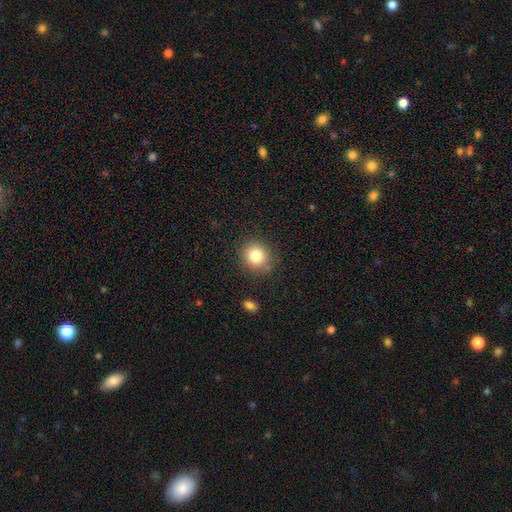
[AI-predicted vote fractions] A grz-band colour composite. It shows a smooth galaxy with no disk features (80%) that is round (82%). Merging: none (84%).